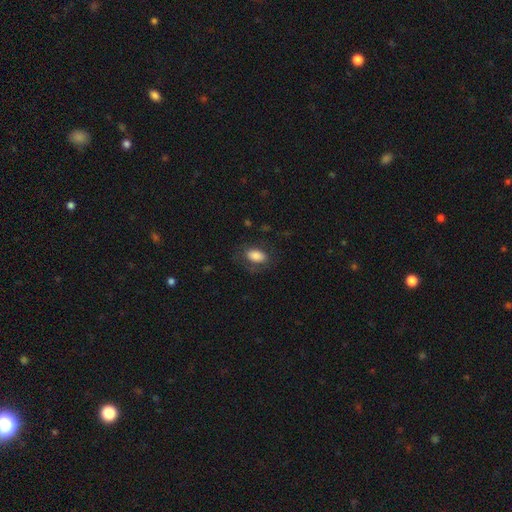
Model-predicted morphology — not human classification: type=smooth (80%); roundness=in between (91%); merging=none (69%).